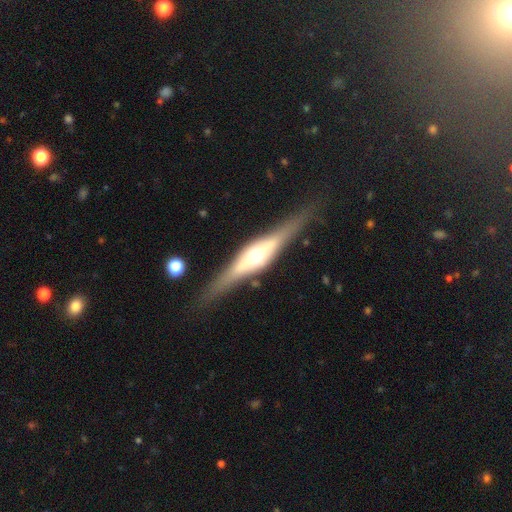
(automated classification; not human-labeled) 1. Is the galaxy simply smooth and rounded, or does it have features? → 77% featured or disk, 18% smooth, 5% star or artifact.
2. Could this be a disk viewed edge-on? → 96% yes, 4% no.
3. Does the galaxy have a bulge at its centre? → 87% rounded, 10% boxy, 2% none.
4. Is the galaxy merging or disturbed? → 84% none, 11% minor disturbance, 3% major disturbance, 2% merger.